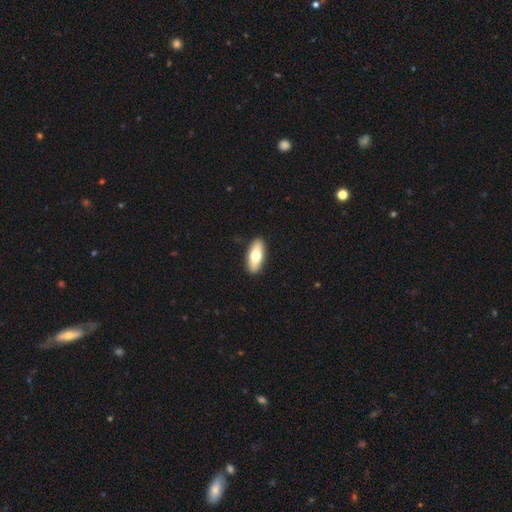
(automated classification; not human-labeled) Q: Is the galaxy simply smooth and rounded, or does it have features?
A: smooth — 69%.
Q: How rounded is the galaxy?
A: in between — 77%.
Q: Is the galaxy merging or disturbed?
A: none — 91%.